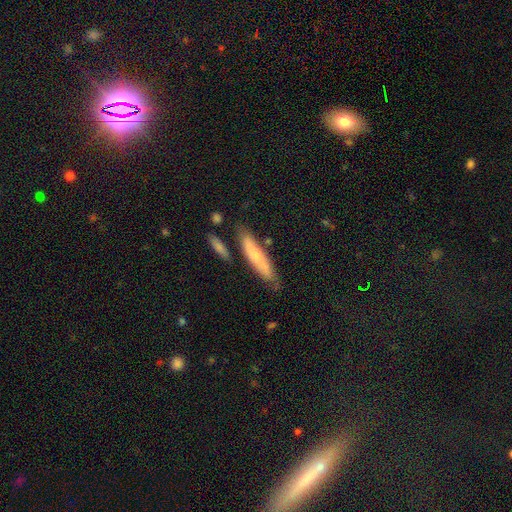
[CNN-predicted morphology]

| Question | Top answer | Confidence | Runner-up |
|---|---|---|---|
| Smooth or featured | smooth | 61% | featured or disk (33%) |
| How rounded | cigar-shaped | 81% | in between (18%) |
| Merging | none | 74% | minor disturbance (17%) |